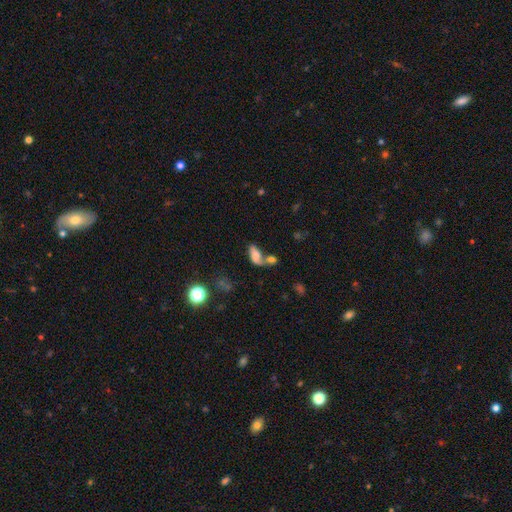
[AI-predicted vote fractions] A smooth galaxy with no disk features (65%) that is in between round and cigar-shaped (83%).

Vote fractions:
- Smooth or featured? smooth: 65% / featured or disk: 23% / star or artifact: 13%
- How rounded? in between: 83% / cigar-shaped: 10% / round: 7%
- Merging? merger: 48% / none: 25% / major disturbance: 13% / minor disturbance: 13%